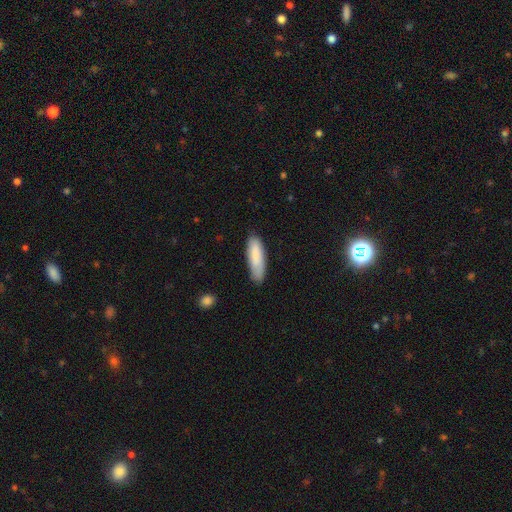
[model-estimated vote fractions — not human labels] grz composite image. It shows a smooth galaxy with no disk features (83%) that is cigar-shaped (51%). Merging: none (76%).